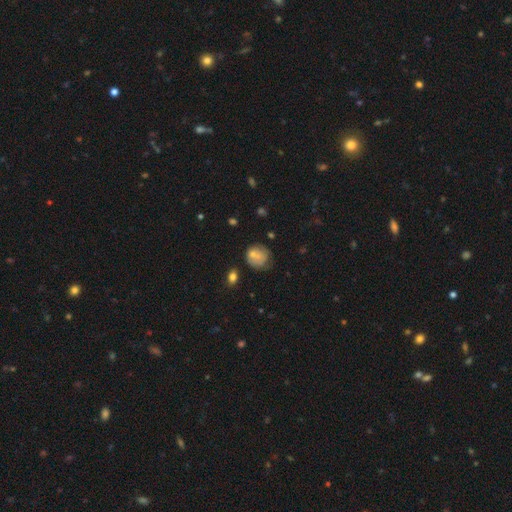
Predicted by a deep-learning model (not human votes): This is likely a smooth galaxy (65%). How rounded: likely round (74%). Merging: possibly none (48%).